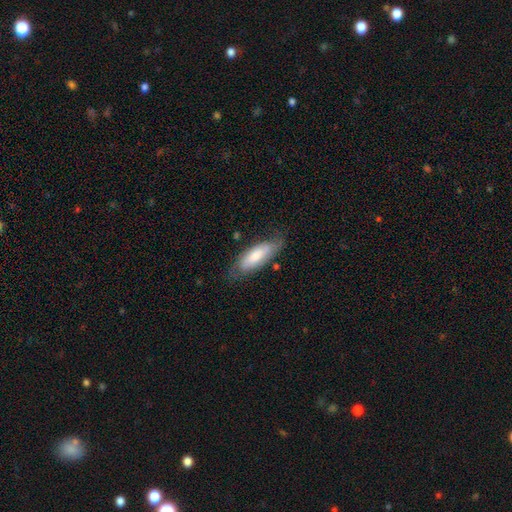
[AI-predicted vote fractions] smooth 64%, featured or disk 30%, star or artifact 6%. Down the decision tree: how rounded — in between (67%); merging — none (68%).